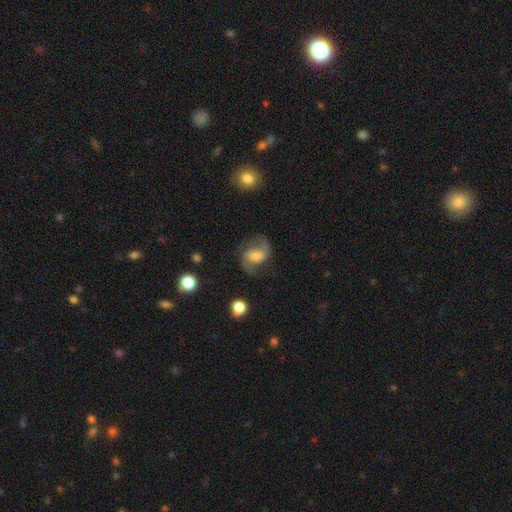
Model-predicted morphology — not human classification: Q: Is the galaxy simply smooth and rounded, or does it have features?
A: featured or disk — 74%.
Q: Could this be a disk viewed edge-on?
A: no — 97%.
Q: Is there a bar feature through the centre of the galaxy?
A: weak — 47%.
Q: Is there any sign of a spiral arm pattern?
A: yes — 94%.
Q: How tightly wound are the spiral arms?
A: loose — 46%.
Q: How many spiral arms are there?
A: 2 — 91%.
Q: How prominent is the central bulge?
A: moderate — 43%.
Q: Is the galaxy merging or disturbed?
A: none — 69%.